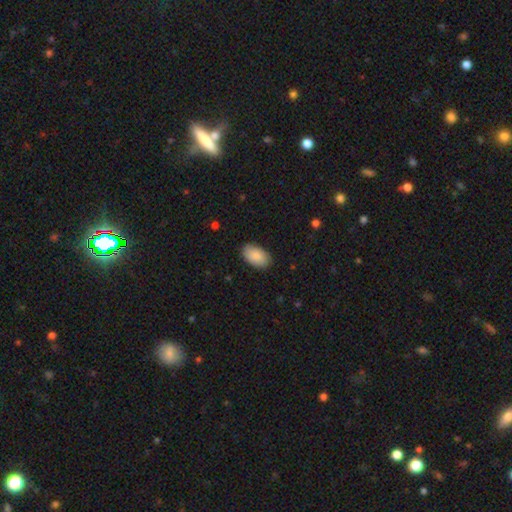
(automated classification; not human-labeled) This appears to be a smooth galaxy with no disk features (87%) that is in between round and cigar-shaped (94%). Merging: none (85%).